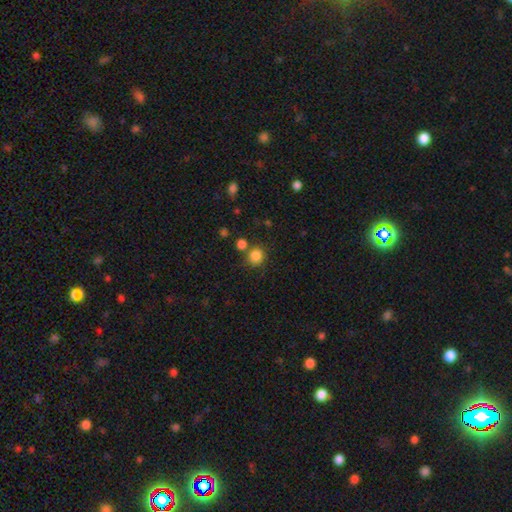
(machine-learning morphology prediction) smooth 84%, star or artifact 11%, featured or disk 4%. Down the decision tree: how rounded — round (87%); merging — none (72%).